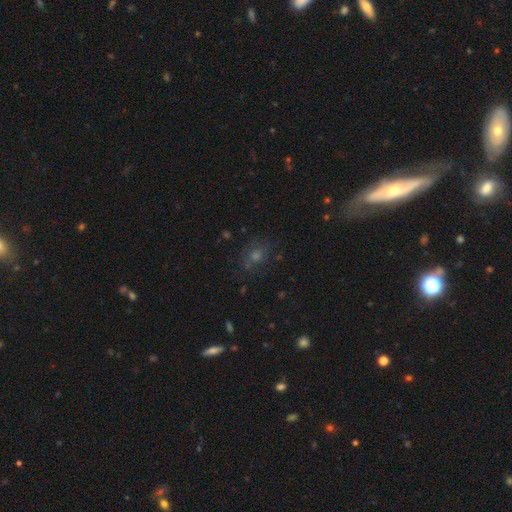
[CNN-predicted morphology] A smooth galaxy with no disk features (43%).

Vote fractions:
- Smooth or featured? smooth: 43% / star or artifact: 35% / featured or disk: 22%
- Merging? none: 74% / minor disturbance: 15% / major disturbance: 8% / merger: 3%